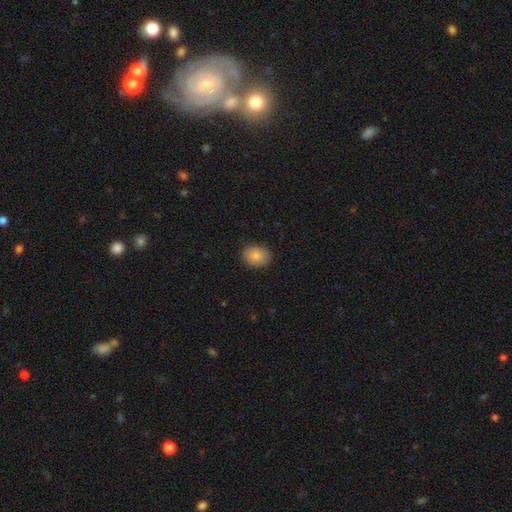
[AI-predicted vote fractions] Smooth or featured: smooth — 85% (star or artifact — 8%)
How rounded: in between — 53% (round — 46%)
Merging: none — 88% (minor disturbance — 9%)